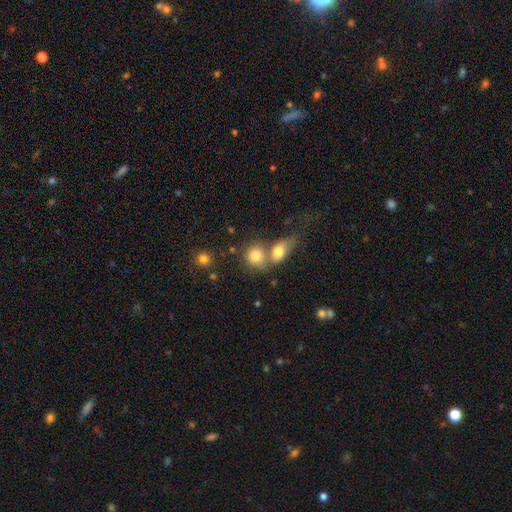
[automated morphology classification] type=smooth (79%); roundness=round (69%); merging=merger (55%).